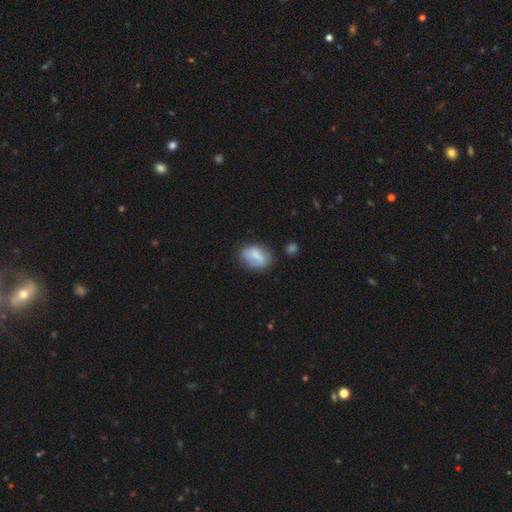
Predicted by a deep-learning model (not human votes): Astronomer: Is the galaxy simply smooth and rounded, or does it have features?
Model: smooth — 67%.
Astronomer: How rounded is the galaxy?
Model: in between — 79%.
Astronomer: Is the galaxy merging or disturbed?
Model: none — 55%.